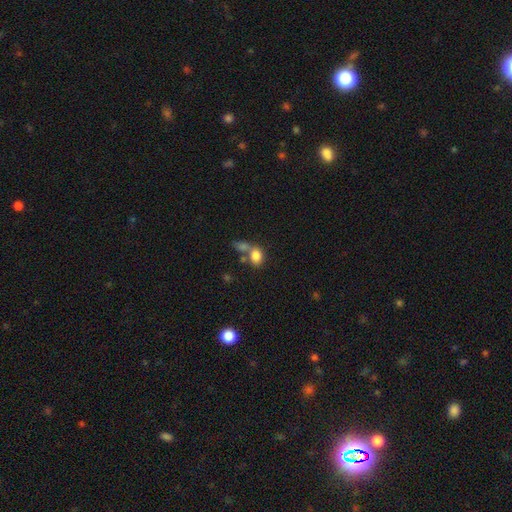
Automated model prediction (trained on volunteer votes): Smooth or featured? Predicted: smooth (p=0.81). How rounded? Predicted: in between (p=0.67). Merging? Predicted: merger (p=0.45).